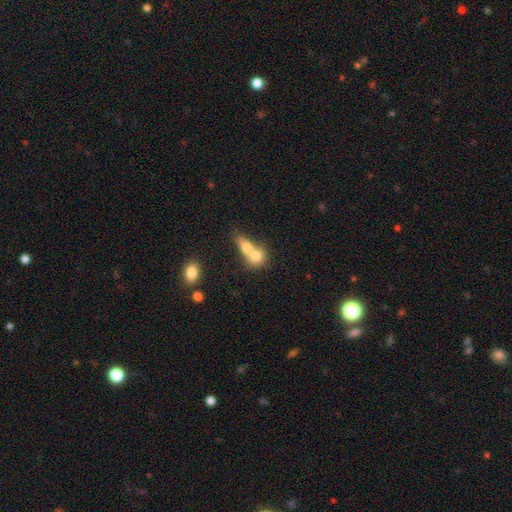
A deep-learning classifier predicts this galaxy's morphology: The model was most divided on "how rounded": round: 56%, in between: 40%, cigar-shaped: 5%. More confident: smooth or featured — smooth (73%); merging — merger (72%).